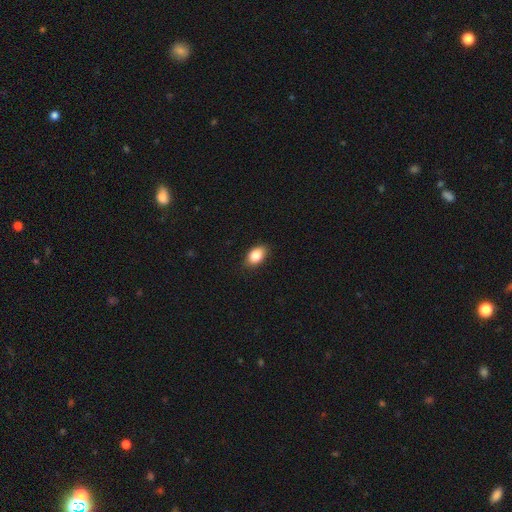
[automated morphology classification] The model was most divided on "how rounded": in between: 86%, round: 12%, cigar-shaped: 2%. More confident: merging — none (87%); smooth or featured — smooth (84%).